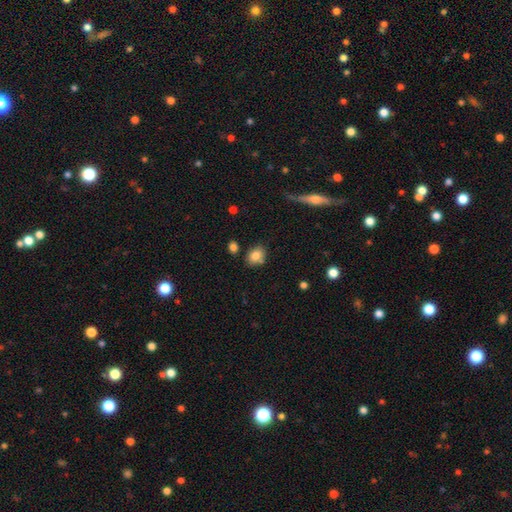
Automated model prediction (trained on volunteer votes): smooth-or-featured: smooth: 82% | star or artifact: 9% | featured or disk: 9%
  how-rounded: in between: 61% | round: 38% | cigar-shaped: 1%
  merging: none: 74% | minor disturbance: 14% | merger: 9% | major disturbance: 3%